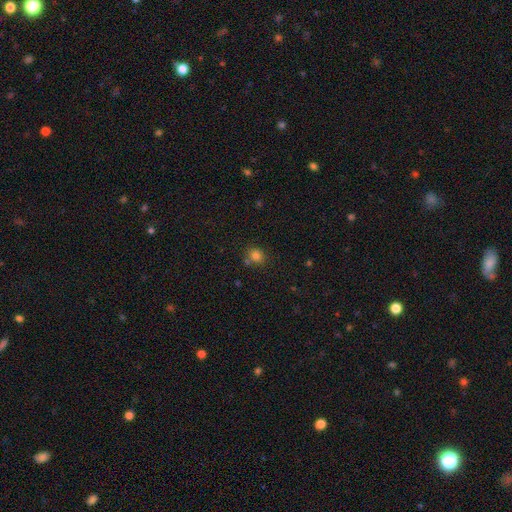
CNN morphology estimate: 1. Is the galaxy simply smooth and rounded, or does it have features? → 79% smooth, 14% star or artifact, 6% featured or disk.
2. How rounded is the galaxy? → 80% round, 19% in between, 1% cigar-shaped.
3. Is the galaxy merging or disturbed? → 72% none, 14% merger, 11% minor disturbance, 3% major disturbance.